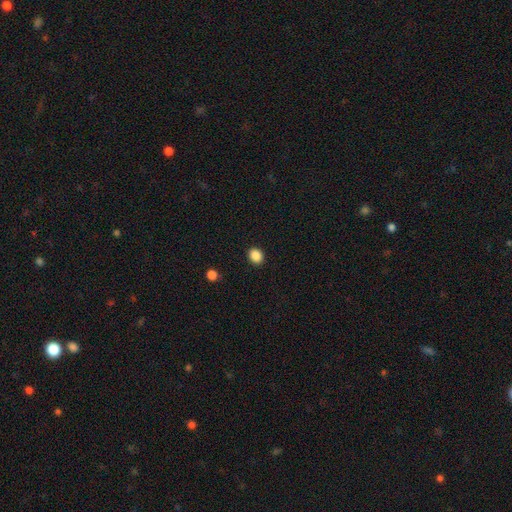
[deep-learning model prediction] A smooth galaxy with no disk features (88%) that is round (60%). Merging: none (91%).